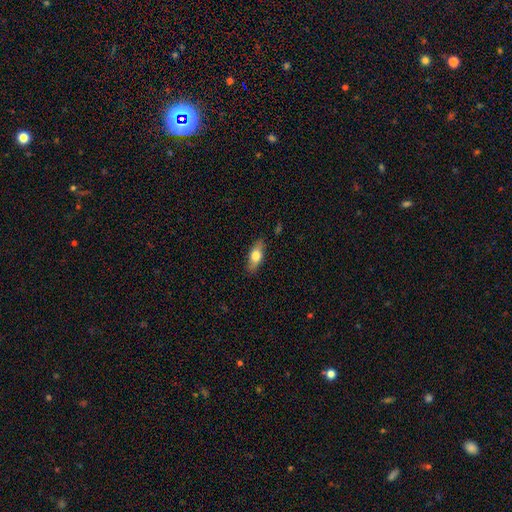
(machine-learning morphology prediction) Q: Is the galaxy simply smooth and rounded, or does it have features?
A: smooth — 70%.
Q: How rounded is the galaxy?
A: in between — 77%.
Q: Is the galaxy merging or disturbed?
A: none — 86%.